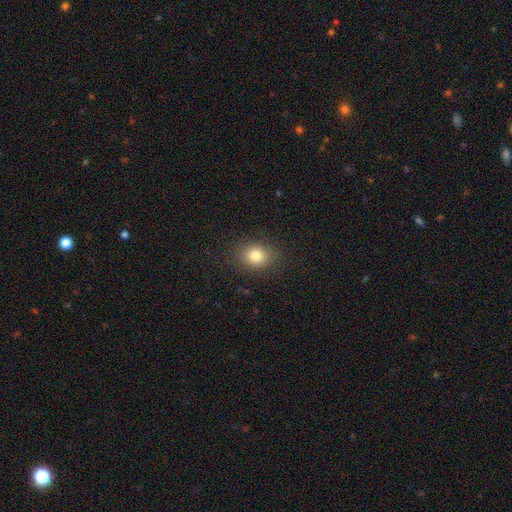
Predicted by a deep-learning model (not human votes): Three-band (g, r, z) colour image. It shows a smooth galaxy with no disk features (80%) that is round (57%). Merging: none (87%).